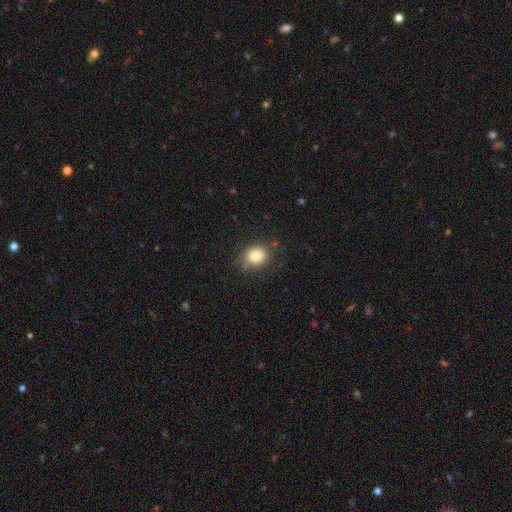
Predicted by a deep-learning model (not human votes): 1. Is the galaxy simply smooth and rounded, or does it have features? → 82% smooth, 10% star or artifact, 8% featured or disk.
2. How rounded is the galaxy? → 60% round, 39% in between, 1% cigar-shaped.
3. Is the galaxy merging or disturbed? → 72% none, 20% minor disturbance, 6% major disturbance, 2% merger.